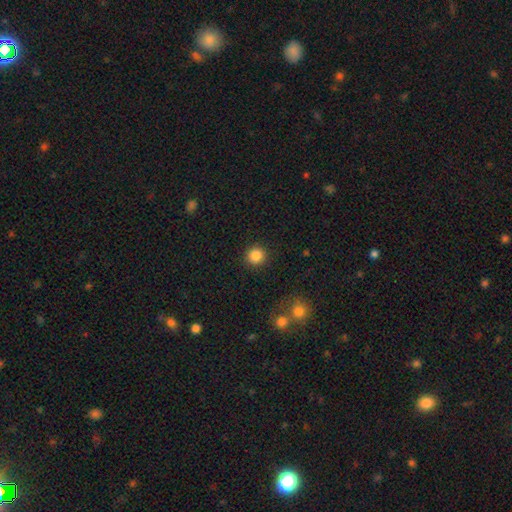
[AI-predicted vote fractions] Q: Smooth or featured?
A: smooth (85%); runner-up: star or artifact (11%)
Q: How rounded?
A: round (94%); runner-up: in between (5%)
Q: Merging?
A: none (91%); runner-up: minor disturbance (5%)